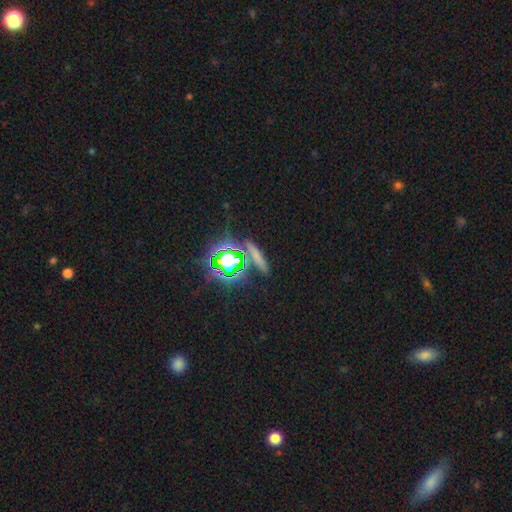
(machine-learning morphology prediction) Q: Smooth or featured?
A: smooth (50%); runner-up: star or artifact (34%)
Q: Merging?
A: none (81%); runner-up: minor disturbance (10%)